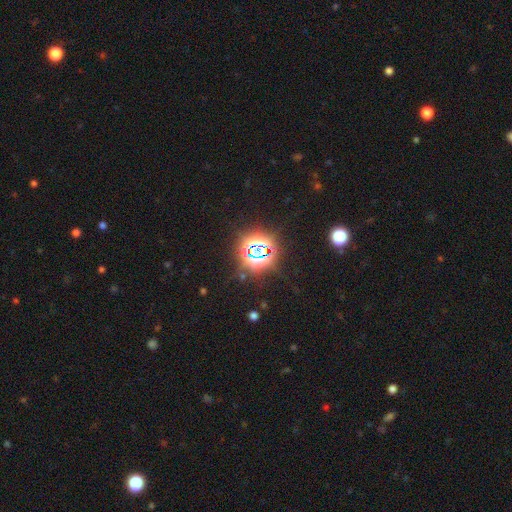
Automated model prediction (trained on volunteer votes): Smooth or featured?
  - star or artifact: 80% *
  - smooth: 12%
  - featured or disk: 8%